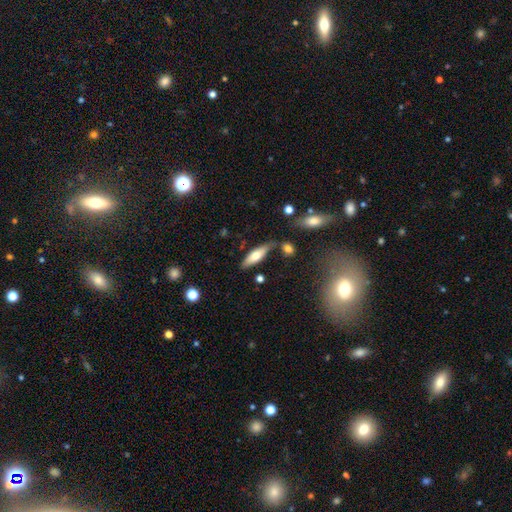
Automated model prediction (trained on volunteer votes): smooth_or_featured: smooth (p=0.64) [alt: featured or disk p=0.30]
how_rounded: in between (p=0.53) [alt: cigar-shaped p=0.45]
merging: none (p=0.70) [alt: minor disturbance p=0.17]